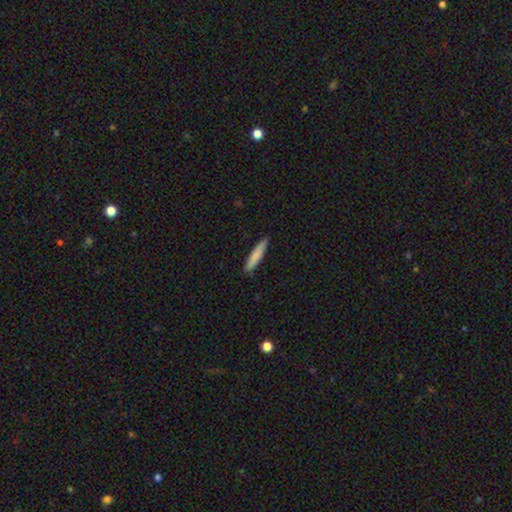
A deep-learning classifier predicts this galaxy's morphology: smooth-or-featured: smooth: 81% | featured or disk: 13% | star or artifact: 6%
  how-rounded: cigar-shaped: 89% | in between: 10% | round: 1%
  merging: none: 88% | minor disturbance: 9% | major disturbance: 2% | merger: 1%